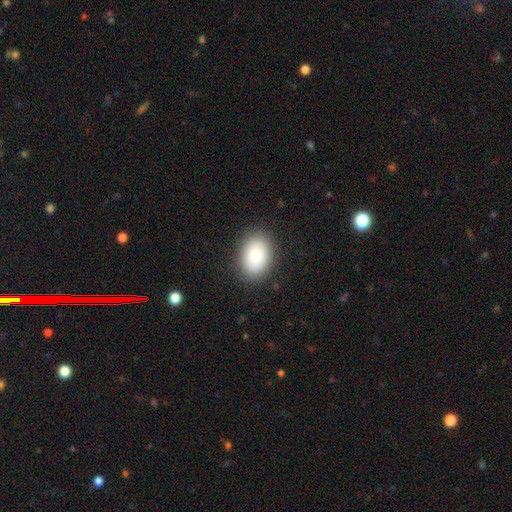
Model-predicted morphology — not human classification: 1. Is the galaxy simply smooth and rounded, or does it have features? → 75% smooth, 16% featured or disk, 8% star or artifact.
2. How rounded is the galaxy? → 74% in between, 25% round, 1% cigar-shaped.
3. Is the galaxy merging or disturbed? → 87% none, 9% minor disturbance, 3% major disturbance, 1% merger.